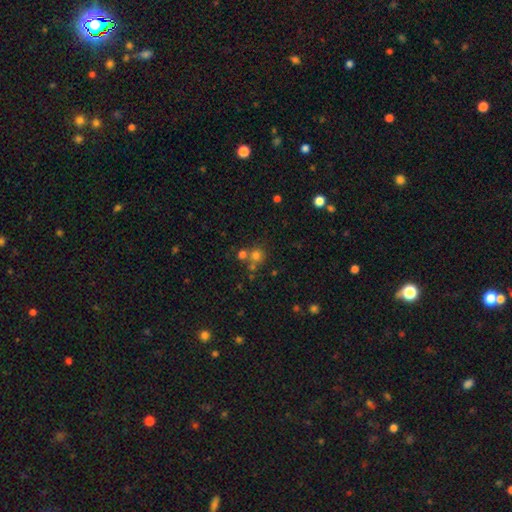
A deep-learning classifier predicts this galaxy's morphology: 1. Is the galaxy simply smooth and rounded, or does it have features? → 69% smooth, 21% star or artifact, 10% featured or disk.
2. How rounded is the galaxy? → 88% round, 11% in between, 1% cigar-shaped.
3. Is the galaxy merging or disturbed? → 57% none, 32% merger, 7% minor disturbance, 4% major disturbance.